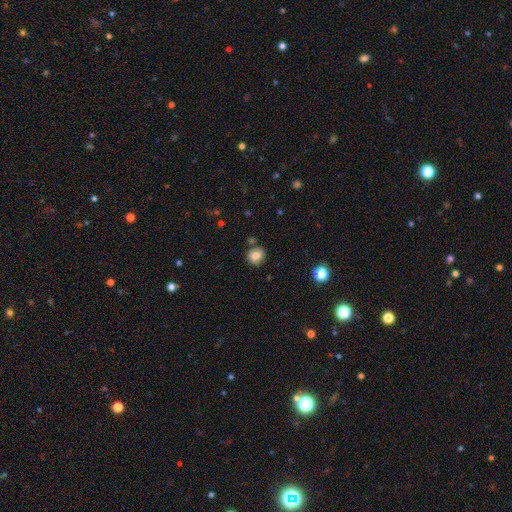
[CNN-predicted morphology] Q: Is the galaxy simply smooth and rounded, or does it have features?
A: smooth — 81%.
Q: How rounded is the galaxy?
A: round — 78%.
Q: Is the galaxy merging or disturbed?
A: none — 76%.